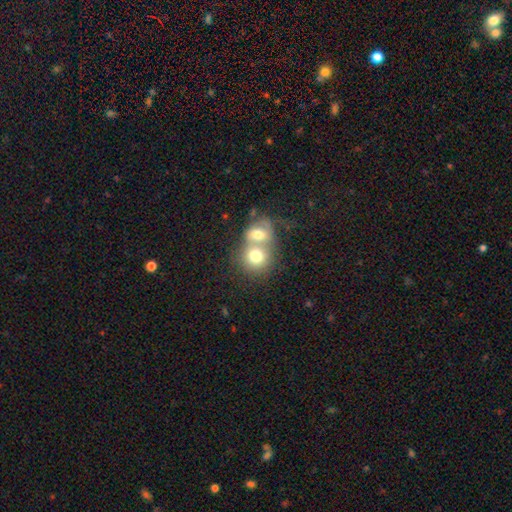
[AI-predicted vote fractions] Morphology: type=smooth (69%); roundness=round (73%); merging=merger (67%).